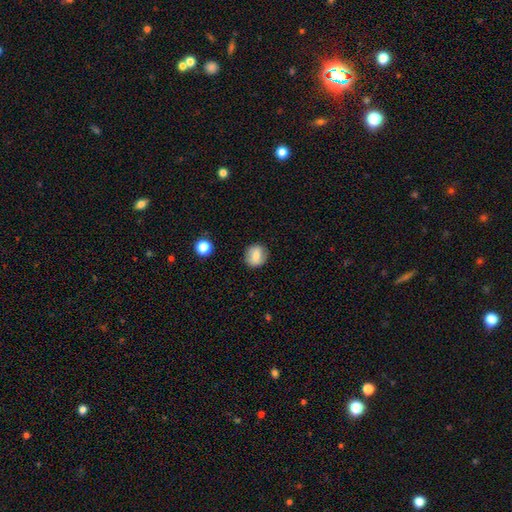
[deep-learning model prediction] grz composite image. It shows a smooth galaxy with no disk features (74%) that is round (84%). Merging: none (86%).